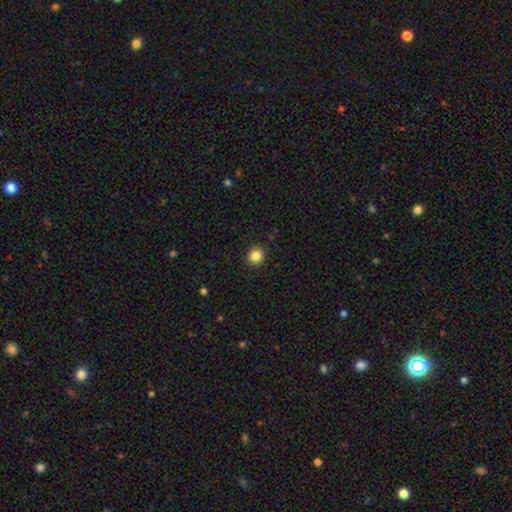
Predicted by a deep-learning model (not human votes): smooth 85%, star or artifact 11%, featured or disk 4%. Down the decision tree: how rounded — round (89%); merging — none (92%).